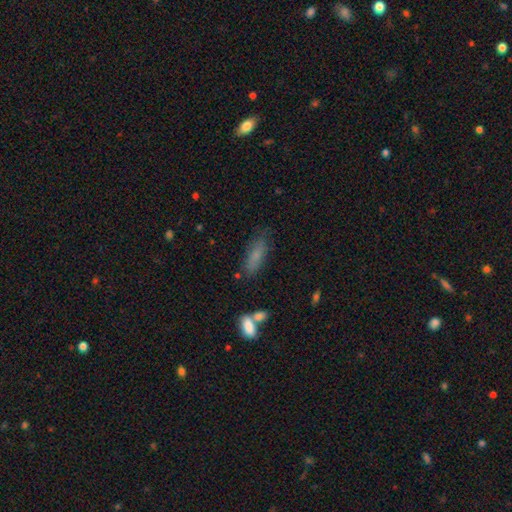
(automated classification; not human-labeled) Overall: smooth (76%). How rounded: in between (54%; cigar-shaped 43%). Merging: none (70%).